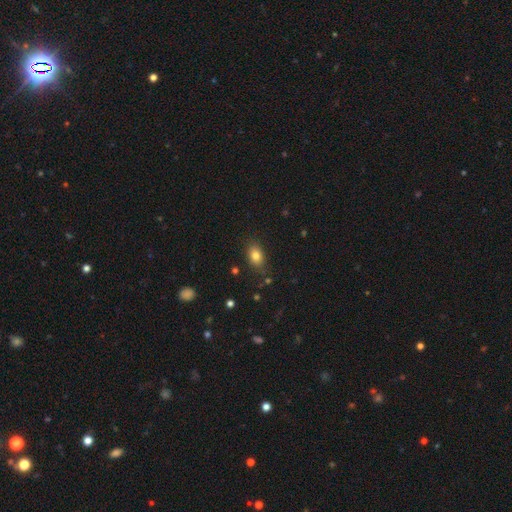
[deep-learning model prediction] smooth_or_featured: smooth (p=0.82) [alt: star or artifact p=0.10]
how_rounded: in between (p=0.81) [alt: round p=0.16]
merging: none (p=0.82) [alt: minor disturbance p=0.13]